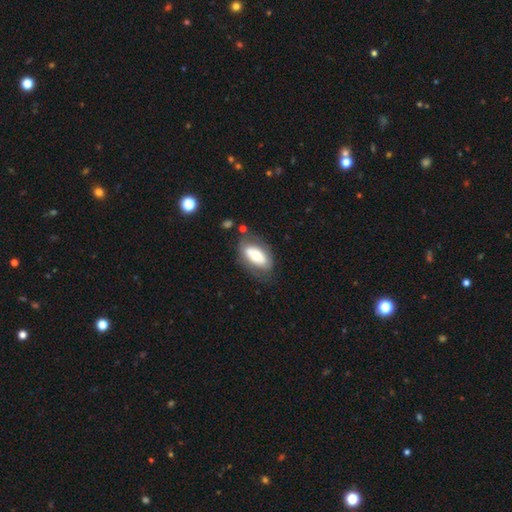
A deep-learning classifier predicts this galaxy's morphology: Smooth or featured? Predicted: smooth (p=0.56). How rounded? Predicted: in between (p=0.91). Merging? Predicted: none (p=0.66).